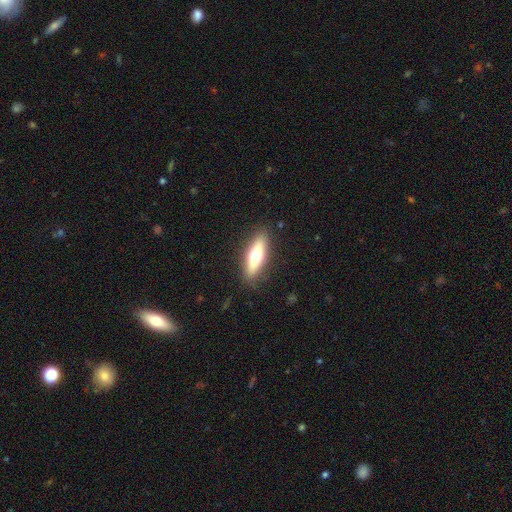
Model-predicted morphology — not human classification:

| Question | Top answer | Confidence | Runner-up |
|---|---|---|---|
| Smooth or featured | smooth | 54% | featured or disk (39%) |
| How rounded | cigar-shaped | 59% | in between (39%) |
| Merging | none | 87% | minor disturbance (9%) |